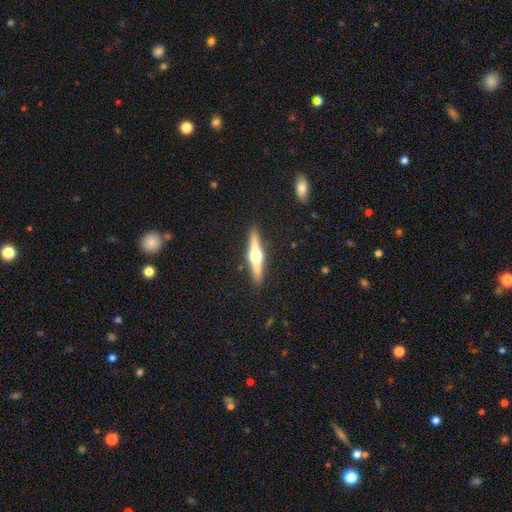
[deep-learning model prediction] This is likely a featured or disk galaxy (68%). It is clearly viewed edge-on (97%). Edge-on bulge: clearly rounded (95%). Merging: clearly none (90%).